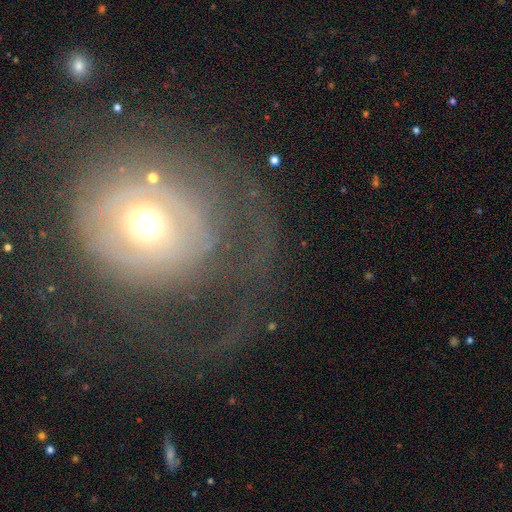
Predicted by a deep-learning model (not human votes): featured or disk 56%, smooth 31%, star or artifact 13%. Down the decision tree: edge-on disk — no (95%); bar — no (81%); spiral arms — no (54%); bulge size — moderate (63%); merging — none (47%).